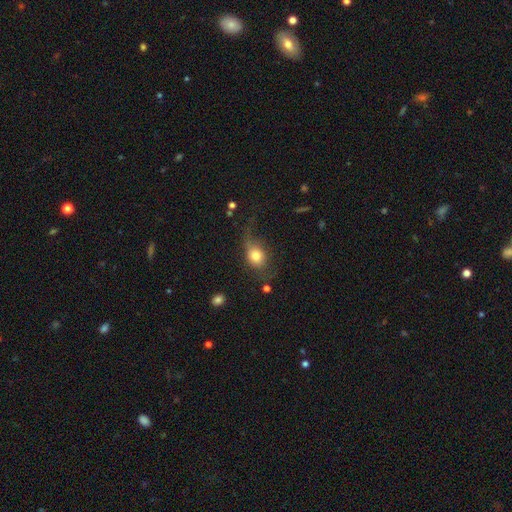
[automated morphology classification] The model was most divided on "how rounded": in between: 52%, round: 46%, cigar-shaped: 2%. Remaining: smooth or featured — smooth (74%); merging — none (43%).